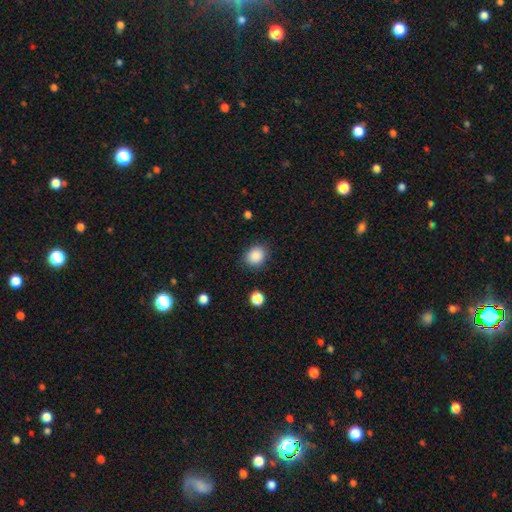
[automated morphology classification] Overall: smooth (87%). How rounded: round (65%; in between 34%). Merging: none (85%).